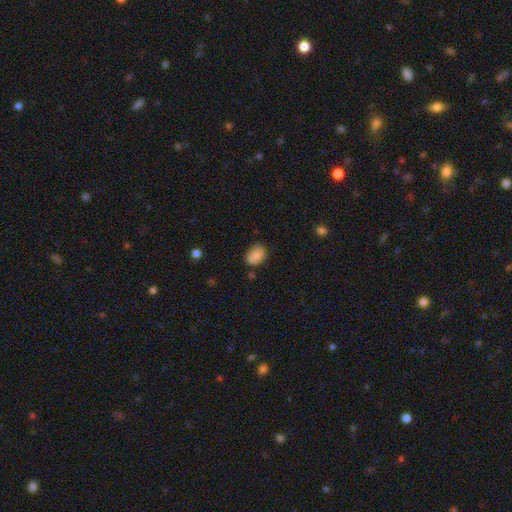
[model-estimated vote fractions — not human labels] Smooth or featured? Predicted: smooth (p=0.86). How rounded? Predicted: in between (p=0.76). Merging? Predicted: none (p=0.74).